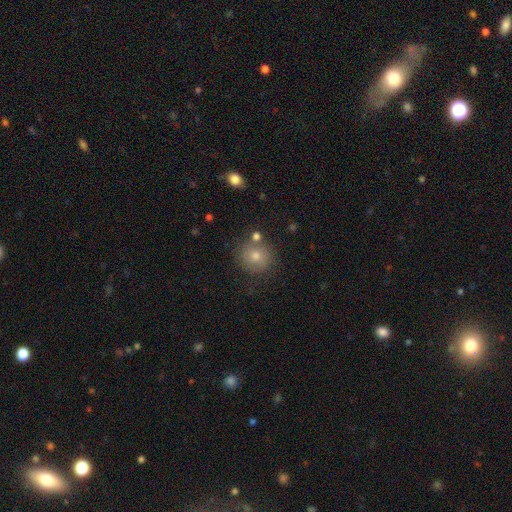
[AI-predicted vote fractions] Overall: smooth (75%). How rounded: round (91%). Merging: none (75%).